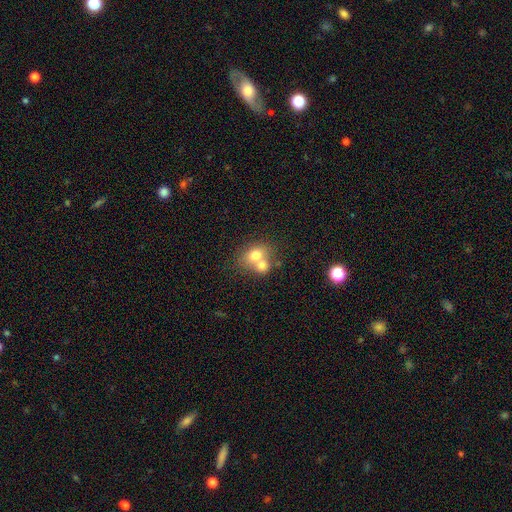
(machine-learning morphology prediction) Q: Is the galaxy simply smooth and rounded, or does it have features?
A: smooth — 71%.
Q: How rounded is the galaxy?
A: round — 50%.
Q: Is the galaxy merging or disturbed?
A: merger — 61%.